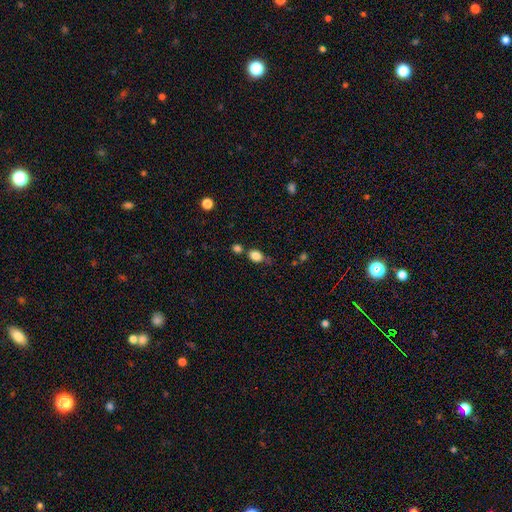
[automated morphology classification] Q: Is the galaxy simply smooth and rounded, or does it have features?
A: smooth — 84%.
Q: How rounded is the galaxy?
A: in between — 65%.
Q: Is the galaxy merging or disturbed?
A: none — 58%.